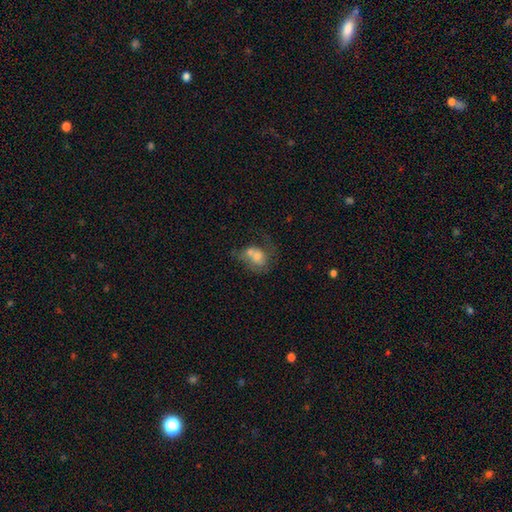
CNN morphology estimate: Smooth or featured?
  - smooth: 57% *
  - featured or disk: 34%
  - star or artifact: 9%
How rounded?
  - in between: 54% *
  - round: 44%
  - cigar-shaped: 1%
Merging?
  - merger: 54% *
  - none: 18%
  - major disturbance: 16%
  - minor disturbance: 12%